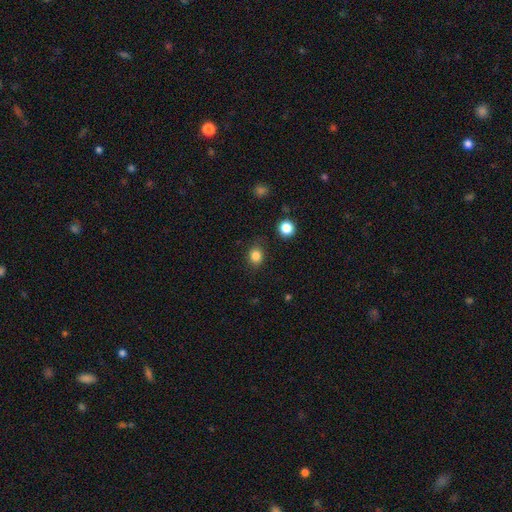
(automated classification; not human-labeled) The model was most divided on "how rounded": round: 64%, in between: 35%, cigar-shaped: 1%. More confident: smooth or featured — smooth (83%); merging — none (83%).